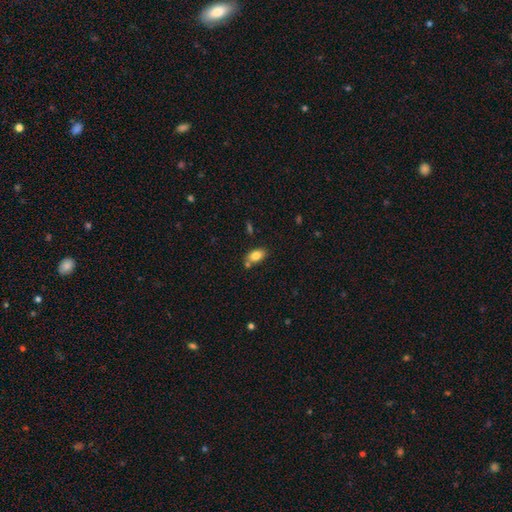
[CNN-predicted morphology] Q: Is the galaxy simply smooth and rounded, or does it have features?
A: smooth — 81%.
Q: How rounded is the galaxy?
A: in between — 88%.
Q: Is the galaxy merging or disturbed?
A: none — 66%.